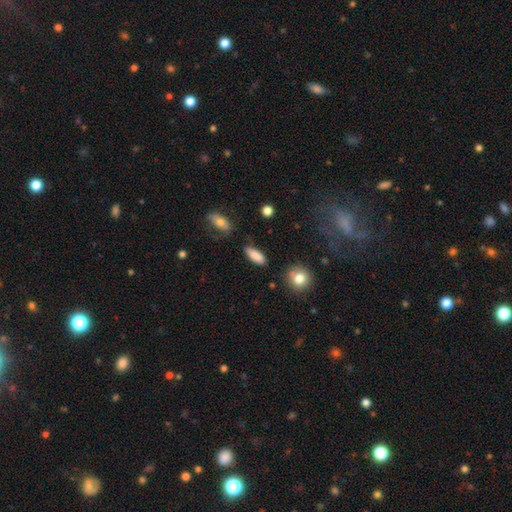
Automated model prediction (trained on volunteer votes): smooth-or-featured: smooth: 85% | featured or disk: 8% | star or artifact: 7%
  how-rounded: in between: 64% | cigar-shaped: 33% | round: 3%
  merging: none: 80% | minor disturbance: 14% | major disturbance: 3% | merger: 3%